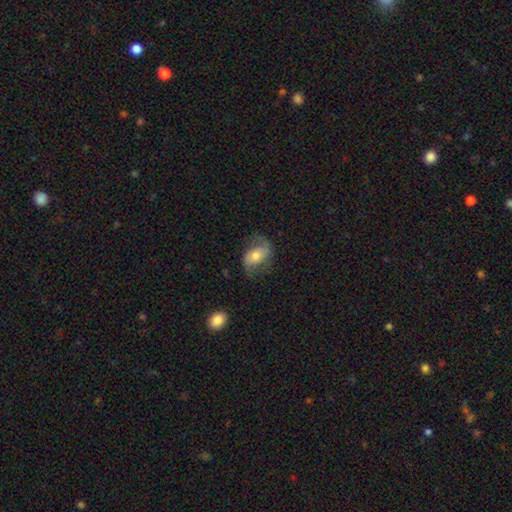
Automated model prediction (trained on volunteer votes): A featured or disk galaxy (60%) with no bar (48%), 2 (85%) loose (51%) spiral arms (87%) and a moderate central bulge (60%).

Vote fractions:
- Smooth or featured? featured or disk: 60% / smooth: 32% / star or artifact: 7%
- Edge-on disk? no: 96% / yes: 4%
- Bar? no: 48% / weak: 34% / strong: 18%
- Spiral arms? yes: 87% / no: 13%
- Spiral winding? loose: 51% / medium: 36% / tight: 13%
- Spiral arm count? 2: 85% / 1: 7% / can't tell: 6% / 3: 1% / 4: 1% / more than 4: 1%
- Bulge size? moderate: 60% / small: 27% / large: 9% / none: 2% / dominant: 2%
- Merging? none: 66% / minor disturbance: 20% / major disturbance: 12% / merger: 2%